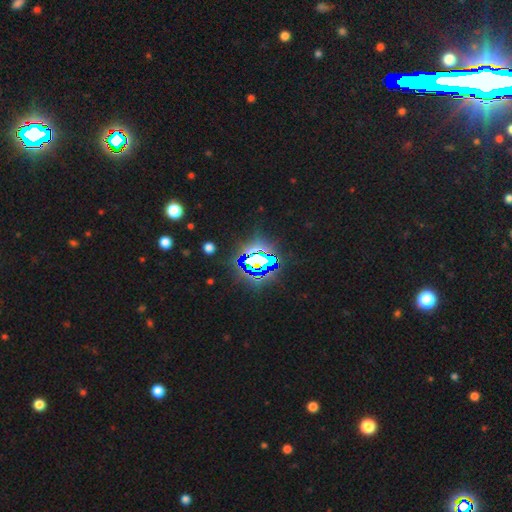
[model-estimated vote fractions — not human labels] Smooth or featured: star or artifact — 77% (smooth — 12%)